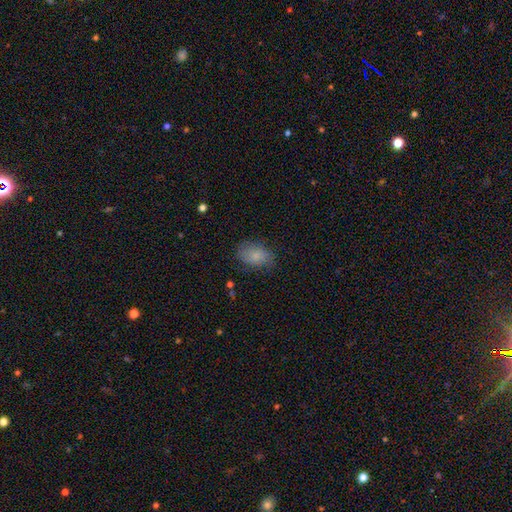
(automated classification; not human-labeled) Smooth or featured? Predicted: smooth (p=0.81). How rounded? Predicted: in between (p=0.82). Merging? Predicted: none (p=0.76).